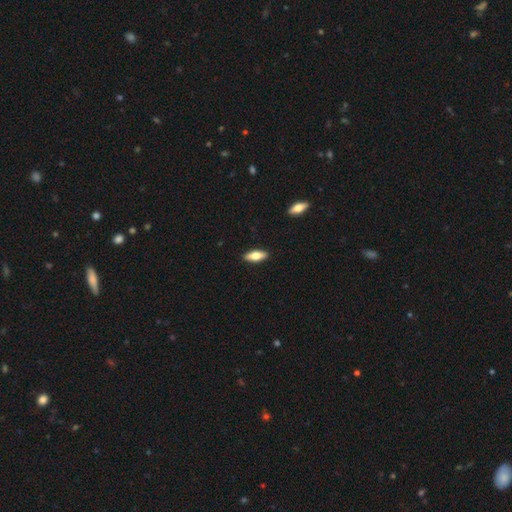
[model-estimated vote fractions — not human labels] Smooth or featured: smooth — 67% (featured or disk — 27%)
How rounded: in between — 68% (cigar-shaped — 29%)
Merging: none — 90% (minor disturbance — 7%)